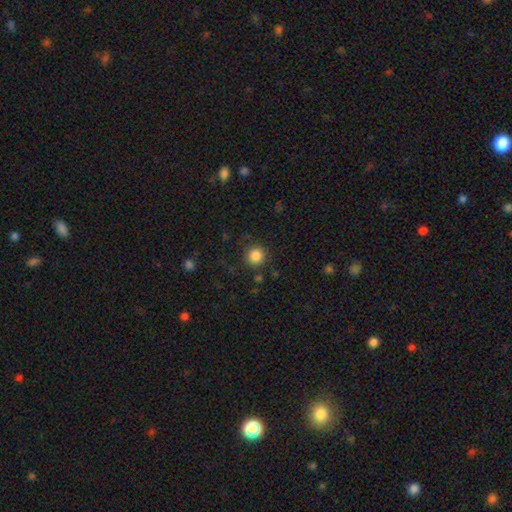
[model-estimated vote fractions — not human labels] A smooth galaxy with no disk features (85%) that is round (94%). Merging: none (87%).